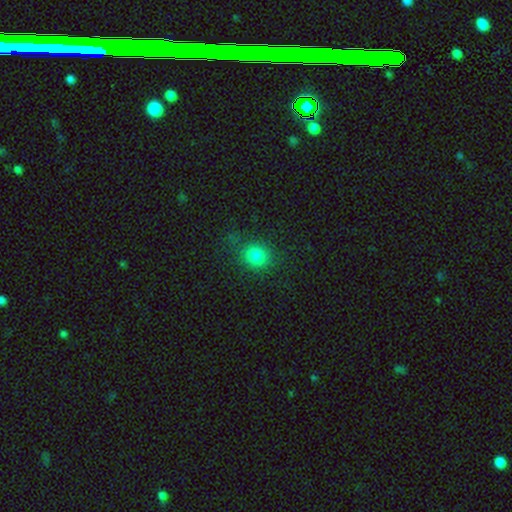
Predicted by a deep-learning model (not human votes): smooth_or_featured: smooth (p=0.82) [alt: star or artifact p=0.13]
how_rounded: round (p=0.74) [alt: in between p=0.25]
merging: none (p=0.82) [alt: minor disturbance p=0.12]